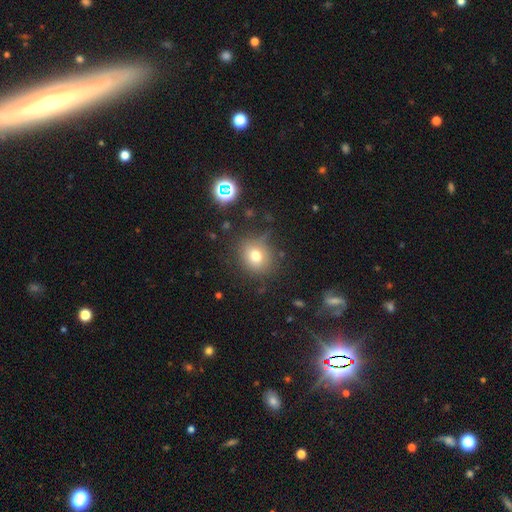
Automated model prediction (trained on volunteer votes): Q: Smooth or featured?
A: smooth (74%); runner-up: star or artifact (15%)
Q: How rounded?
A: round (73%); runner-up: in between (26%)
Q: Merging?
A: none (77%); runner-up: minor disturbance (15%)